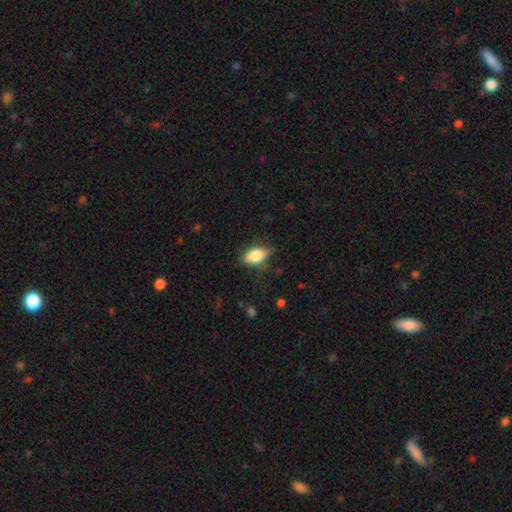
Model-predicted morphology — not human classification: The model was most divided on "merging": none: 72%, minor disturbance: 22%, major disturbance: 5%, merger: 1%. More confident: how rounded — in between (88%); smooth or featured — smooth (84%).